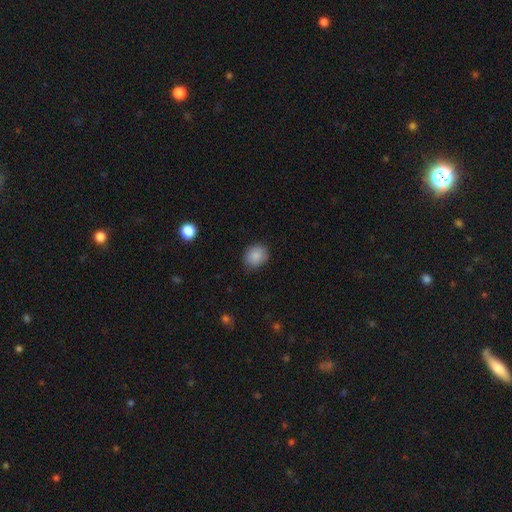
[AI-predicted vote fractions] This is clearly a smooth galaxy (86%). How rounded: likely round (68%). Merging: clearly none (83%).